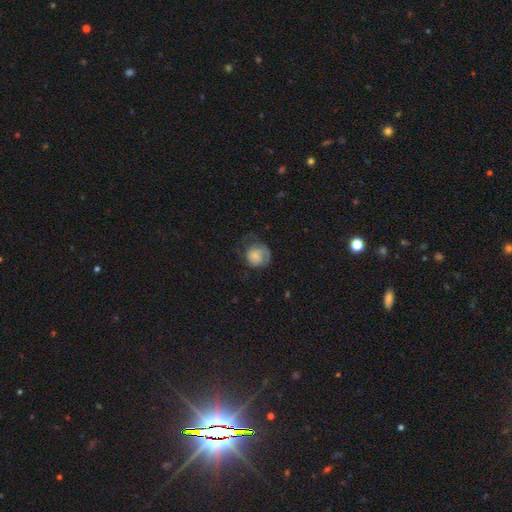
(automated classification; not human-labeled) Overall: smooth (62%; featured or disk 30%). How rounded: round (77%). Merging: none (41%; major disturbance 29%).